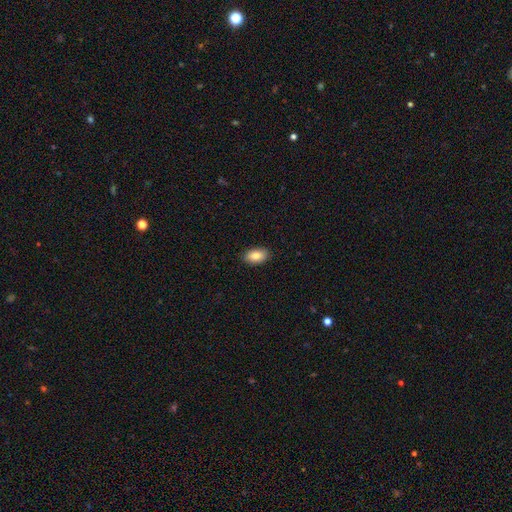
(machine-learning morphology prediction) Smooth or featured: smooth — 85% (featured or disk — 9%)
How rounded: in between — 93% (round — 4%)
Merging: none — 90% (minor disturbance — 8%)